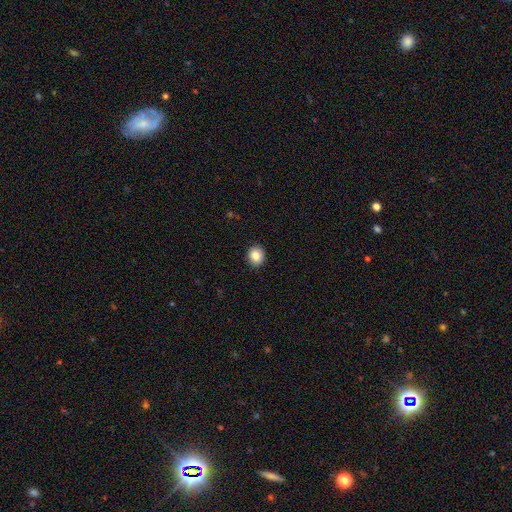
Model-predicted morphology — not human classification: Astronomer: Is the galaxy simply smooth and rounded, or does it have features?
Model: smooth — 84%.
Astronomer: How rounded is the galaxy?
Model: round — 78%.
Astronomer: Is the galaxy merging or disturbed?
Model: none — 91%.